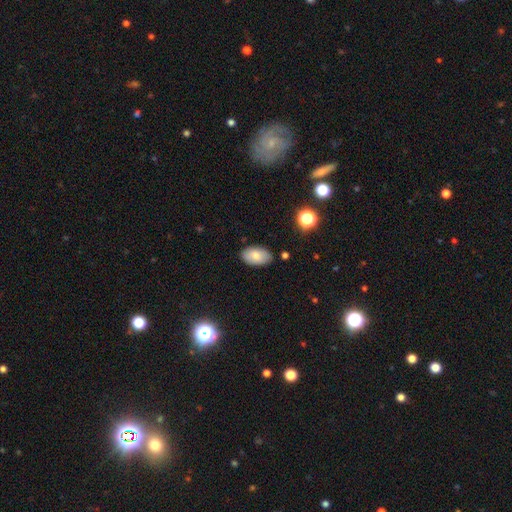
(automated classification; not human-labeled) A smooth galaxy with no disk features (79%) that is in between round and cigar-shaped (93%).

Vote fractions:
- Smooth or featured? smooth: 79% / featured or disk: 13% / star or artifact: 8%
- How rounded? in between: 93% / round: 5% / cigar-shaped: 1%
- Merging? none: 83% / minor disturbance: 13% / major disturbance: 2% / merger: 2%